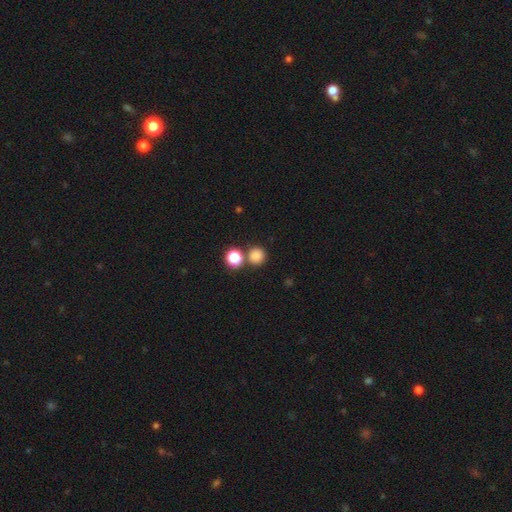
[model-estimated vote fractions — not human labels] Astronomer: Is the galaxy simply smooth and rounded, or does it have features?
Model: smooth — 82%.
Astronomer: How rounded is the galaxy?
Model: round — 92%.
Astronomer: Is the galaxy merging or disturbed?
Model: none — 70%.